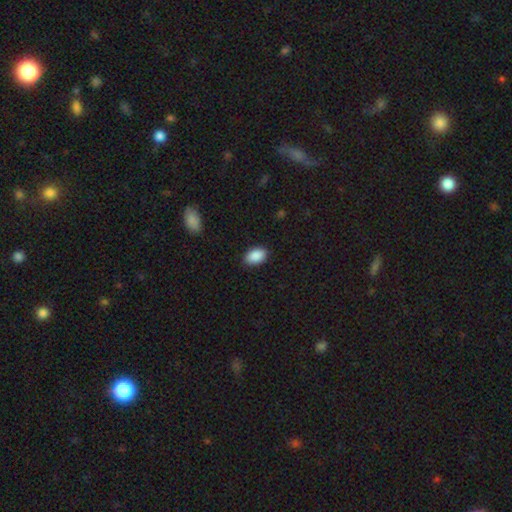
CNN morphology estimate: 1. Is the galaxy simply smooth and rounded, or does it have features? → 89% smooth, 7% star or artifact, 4% featured or disk.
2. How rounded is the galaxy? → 91% in between, 8% round, 1% cigar-shaped.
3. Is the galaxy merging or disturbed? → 86% none, 11% minor disturbance, 2% major disturbance, 1% merger.